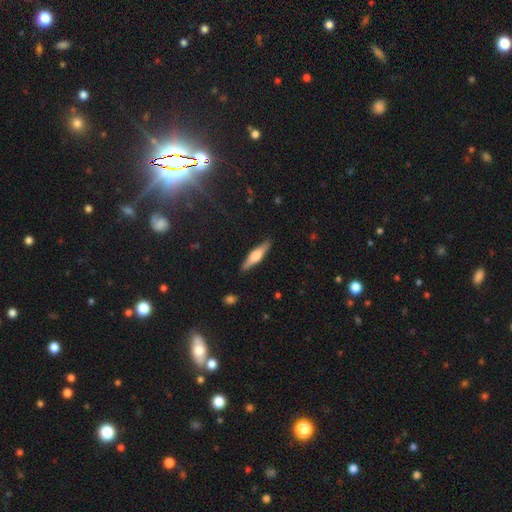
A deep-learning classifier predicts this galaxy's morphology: The model was most divided on "smooth or featured": featured or disk: 50%, smooth: 44%, star or artifact: 6%. More confident: edge-on disk — yes (95%); merging — none (89%).